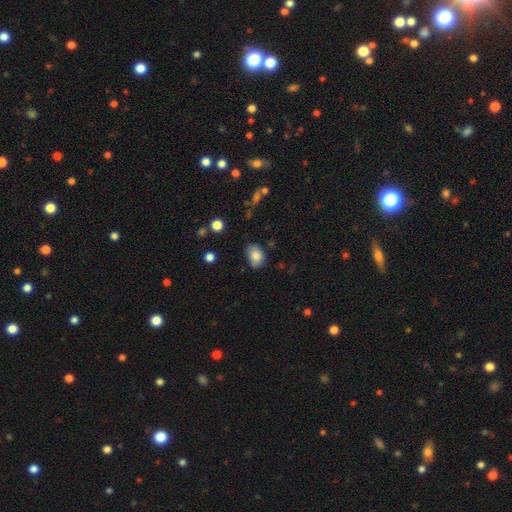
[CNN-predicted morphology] smooth_or_featured: smooth (p=0.83) [alt: featured or disk p=0.08]
how_rounded: in between (p=0.78) [alt: round p=0.21]
merging: none (p=0.68) [alt: minor disturbance p=0.25]